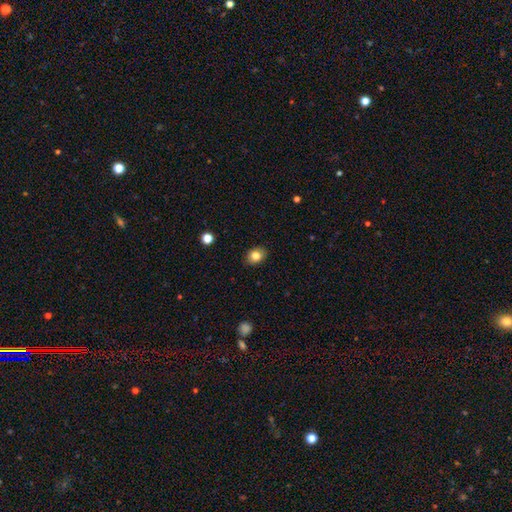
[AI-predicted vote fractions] smooth 83%, star or artifact 10%, featured or disk 7%. Down the decision tree: how rounded — round (51%); merging — none (88%).